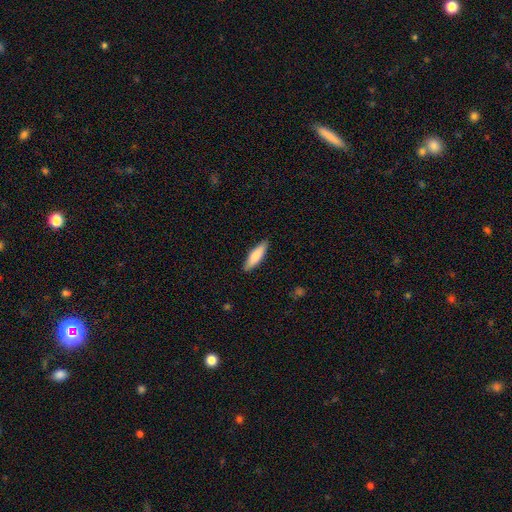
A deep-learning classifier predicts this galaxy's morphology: smooth-or-featured: smooth: 79% | featured or disk: 16% | star or artifact: 5%
  how-rounded: cigar-shaped: 64% | in between: 34% | round: 1%
  merging: none: 88% | minor disturbance: 9% | major disturbance: 2% | merger: 1%